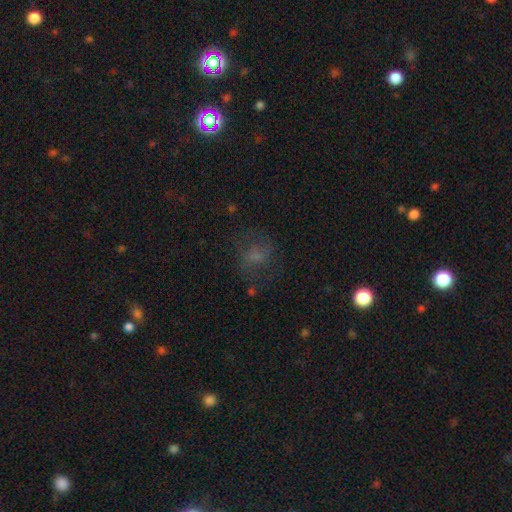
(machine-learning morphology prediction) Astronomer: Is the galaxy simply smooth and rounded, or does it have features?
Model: smooth — 47% (runner-up: featured or disk, 32%).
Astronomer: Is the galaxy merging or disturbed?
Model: none — 58%.